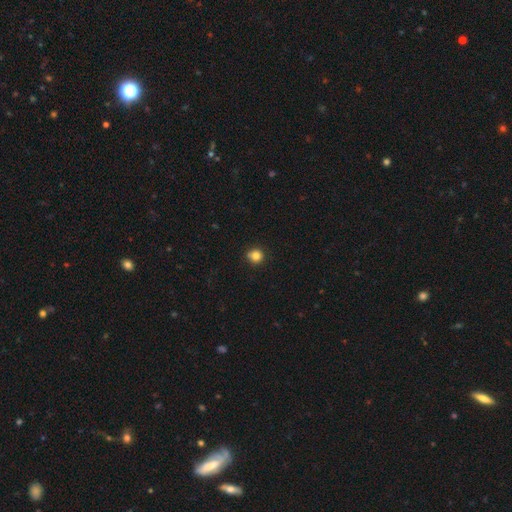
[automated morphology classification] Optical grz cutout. It shows a smooth galaxy with no disk features (82%) that is round (93%). Merging: none (82%).